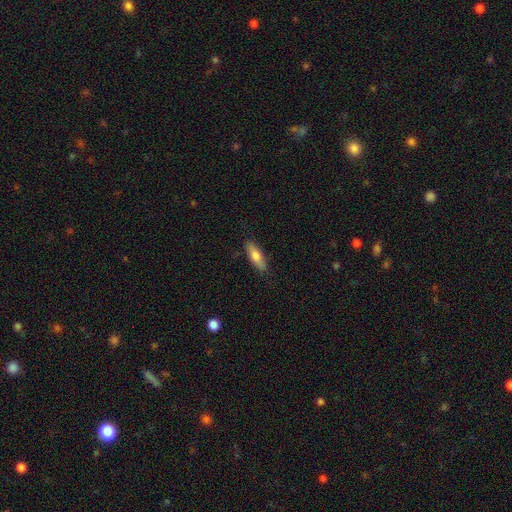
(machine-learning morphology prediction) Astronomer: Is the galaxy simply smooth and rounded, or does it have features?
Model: smooth — 69%.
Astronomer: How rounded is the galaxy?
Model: in between — 52% (runner-up: cigar-shaped, 46%).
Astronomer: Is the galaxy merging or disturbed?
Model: none — 85%.